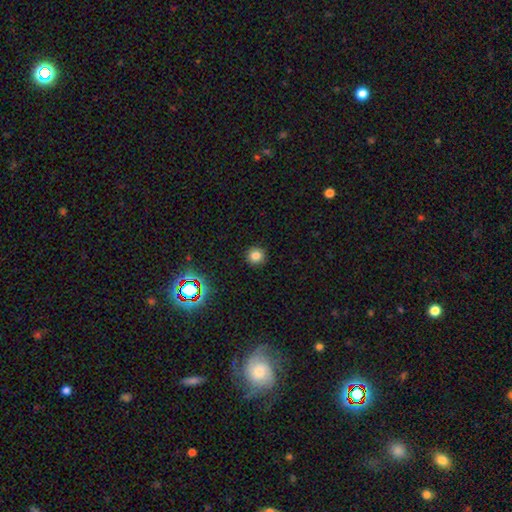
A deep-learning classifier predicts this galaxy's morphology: Overall: smooth (80%). How rounded: round (94%). Merging: none (92%).